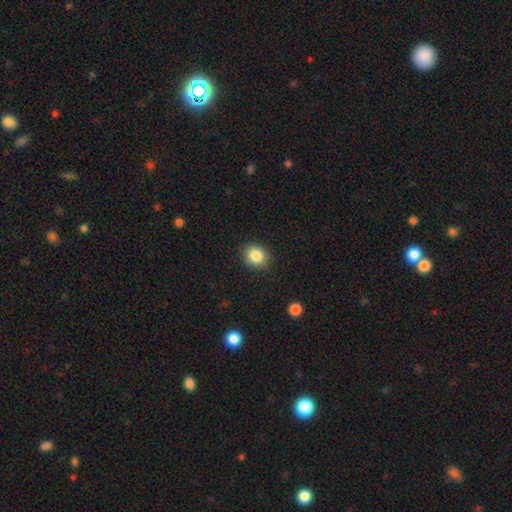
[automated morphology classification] smooth 86%, star or artifact 9%, featured or disk 5%. Down the decision tree: how rounded — round (73%); merging — none (88%).